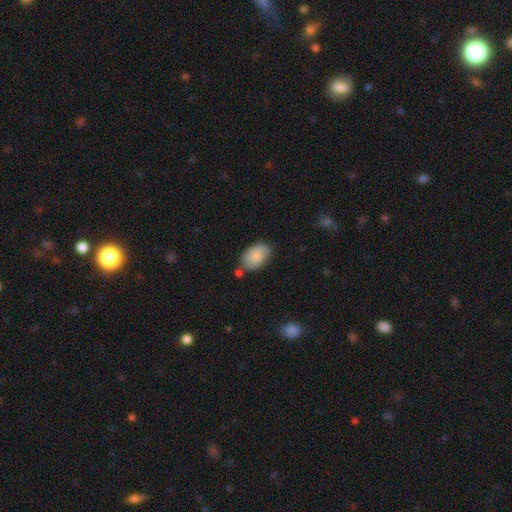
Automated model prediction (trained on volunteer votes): Smooth or featured? smooth (84%)
How rounded? in between (90%)
Merging? none (62%)